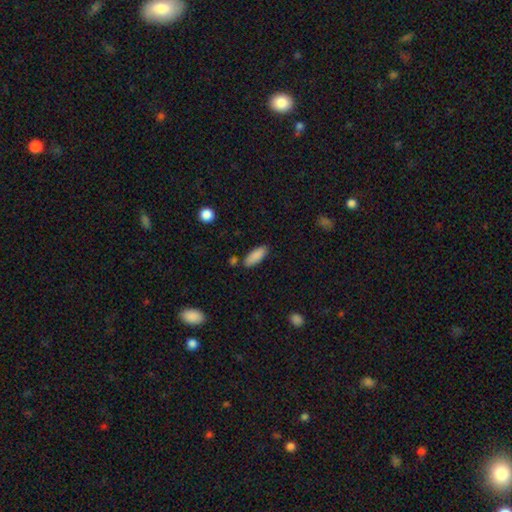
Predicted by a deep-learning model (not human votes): Smooth or featured: smooth — 88% (star or artifact — 7%)
How rounded: in between — 72% (cigar-shaped — 26%)
Merging: none — 79% (minor disturbance — 13%)